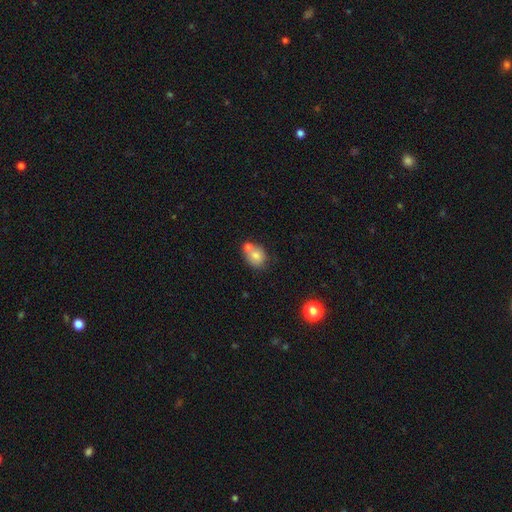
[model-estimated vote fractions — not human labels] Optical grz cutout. It shows a smooth galaxy with no disk features (74%) that is round (60%). Merging: none (44%).